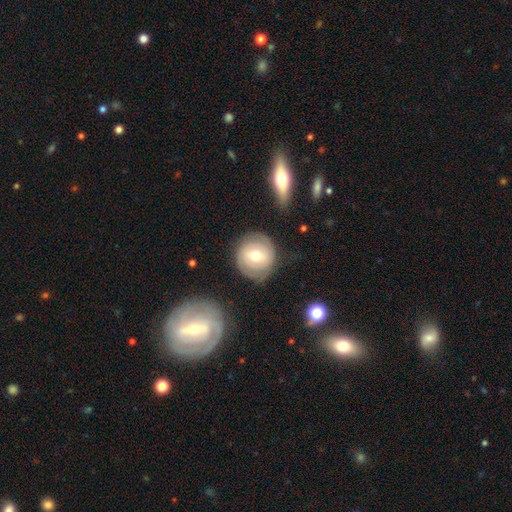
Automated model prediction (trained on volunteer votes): smooth_or_featured: smooth (p=0.51) [alt: featured or disk p=0.41]
how_rounded: round (p=0.91) [alt: in between p=0.08]
merging: none (p=0.76) [alt: minor disturbance p=0.15]